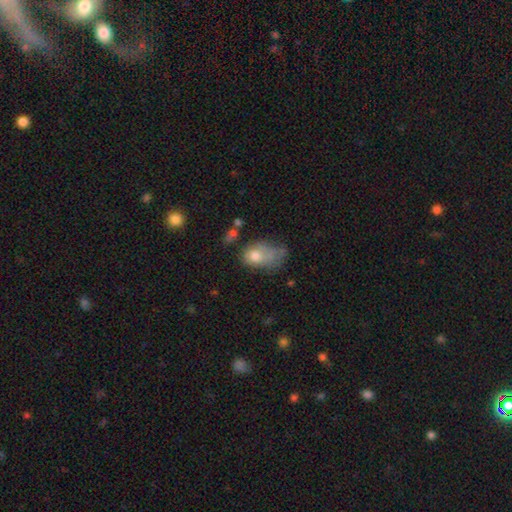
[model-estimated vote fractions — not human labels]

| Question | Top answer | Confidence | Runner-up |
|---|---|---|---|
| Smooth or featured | smooth | 70% | featured or disk (20%) |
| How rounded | in between | 80% | round (18%) |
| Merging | major disturbance | 35% | minor disturbance (31%) |